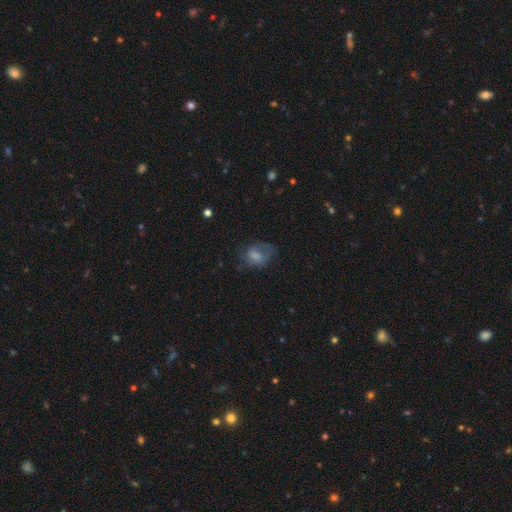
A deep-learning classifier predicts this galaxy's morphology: Smooth or featured? Predicted: smooth (p=0.58). How rounded? Predicted: in between (p=0.69). Merging? Predicted: none (p=0.47).